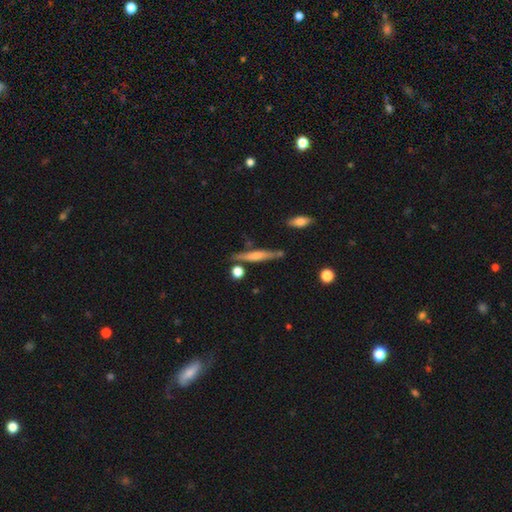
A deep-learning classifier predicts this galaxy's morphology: smooth 47%, featured or disk 46%, star or artifact 7%. Down the decision tree: merging — none (75%).